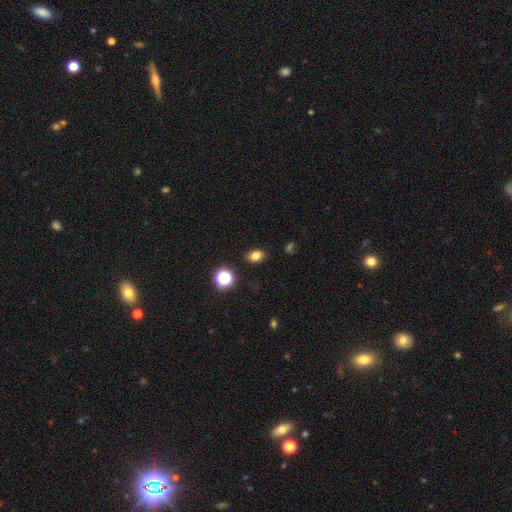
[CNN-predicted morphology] This is likely a smooth galaxy (79%). How rounded: likely in between (69%). Merging: clearly none (88%).